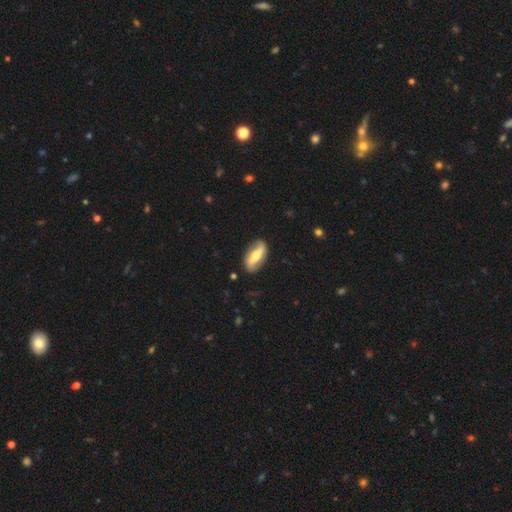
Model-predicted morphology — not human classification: Smooth or featured? featured or disk (60%)
Edge-on disk? no (78%)
Merging? none (83%)